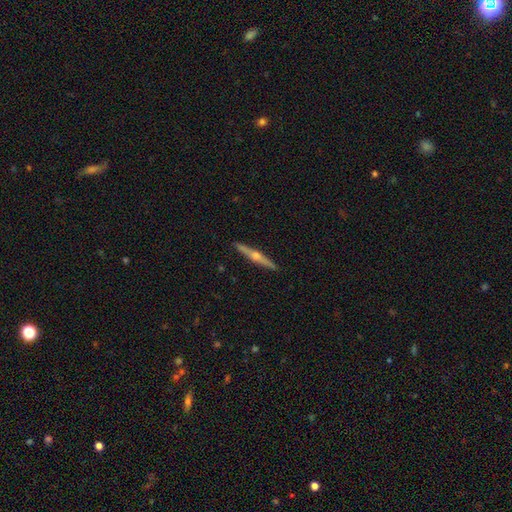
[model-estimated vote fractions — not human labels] smooth_or_featured: featured or disk (p=0.76) [alt: smooth p=0.19]
disk_edge_on: yes (p=0.98) [alt: no p=0.02]
edge_on_bulge: rounded (p=0.91) [alt: none p=0.05]
merging: none (p=0.92) [alt: minor disturbance p=0.06]